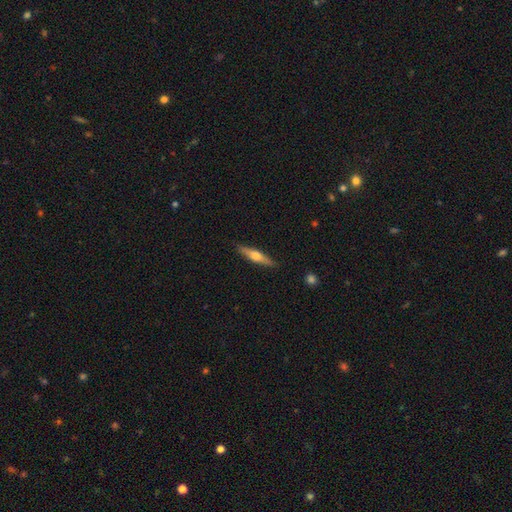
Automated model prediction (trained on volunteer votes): smooth_or_featured: featured or disk (p=0.56) [alt: smooth p=0.39]
disk_edge_on: yes (p=0.95) [alt: no p=0.05]
edge_on_bulge: rounded (p=0.91) [alt: boxy p=0.04]
merging: none (p=0.90) [alt: minor disturbance p=0.08]